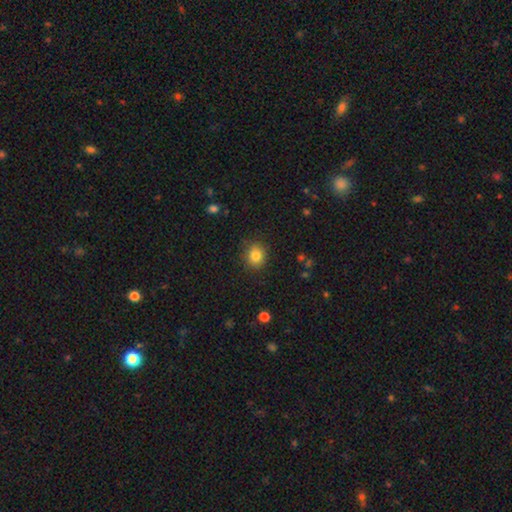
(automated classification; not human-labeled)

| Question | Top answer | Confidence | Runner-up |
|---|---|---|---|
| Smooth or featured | smooth | 83% | star or artifact (11%) |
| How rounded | round | 78% | in between (22%) |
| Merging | none | 87% | minor disturbance (9%) |